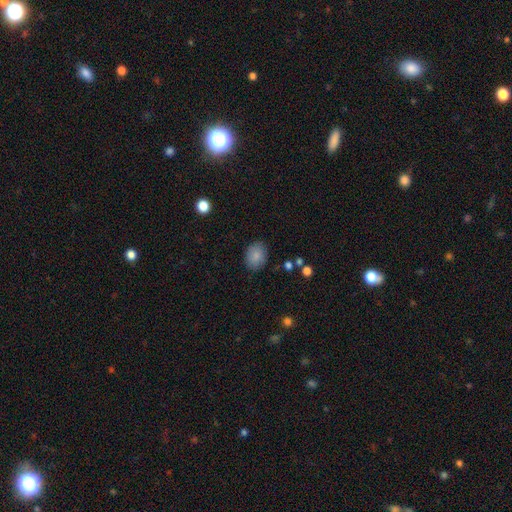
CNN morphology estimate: Smooth or featured: smooth — 85% (star or artifact — 8%)
How rounded: in between — 61% (round — 38%)
Merging: none — 84% (minor disturbance — 12%)